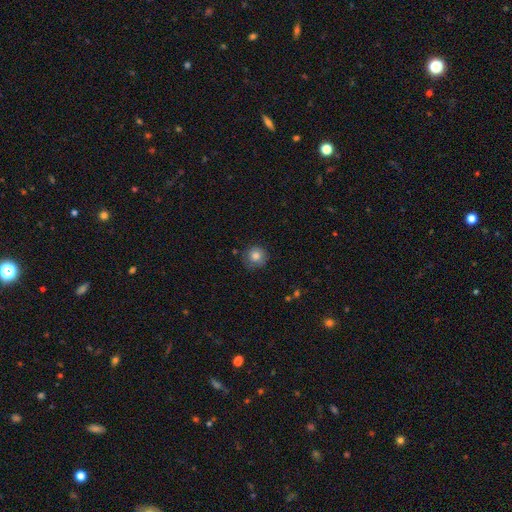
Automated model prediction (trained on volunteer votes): Q: Smooth or featured?
A: smooth (83%); runner-up: star or artifact (10%)
Q: How rounded?
A: round (93%); runner-up: in between (6%)
Q: Merging?
A: none (80%); runner-up: minor disturbance (15%)